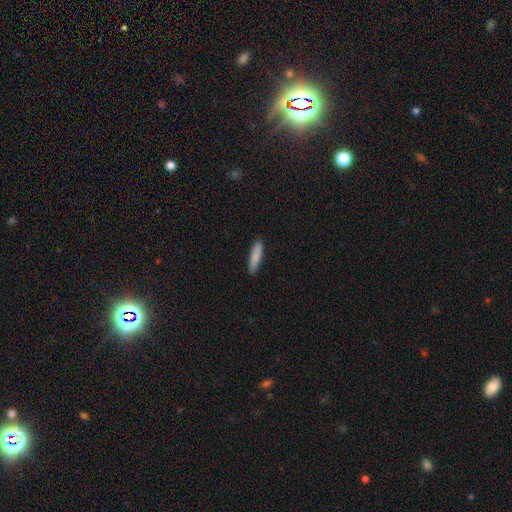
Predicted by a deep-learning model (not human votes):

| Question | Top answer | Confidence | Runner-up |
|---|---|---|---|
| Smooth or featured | smooth | 86% | featured or disk (8%) |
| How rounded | cigar-shaped | 78% | in between (21%) |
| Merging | none | 89% | minor disturbance (9%) |